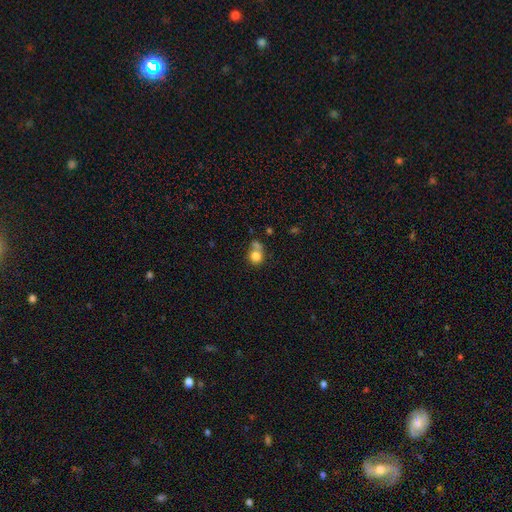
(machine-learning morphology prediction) Q: Smooth or featured?
A: smooth (79%); runner-up: featured or disk (11%)
Q: How rounded?
A: round (80%); runner-up: in between (19%)
Q: Merging?
A: none (42%); runner-up: merger (35%)